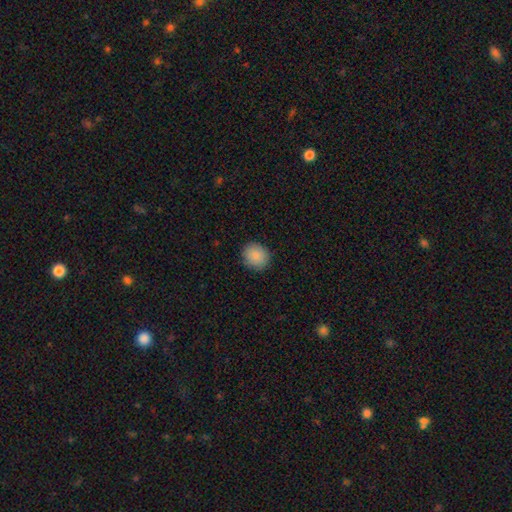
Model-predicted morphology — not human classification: The model was most divided on "how rounded": round: 82%, in between: 17%, cigar-shaped: 1%. More confident: merging — none (90%); smooth or featured — smooth (88%).